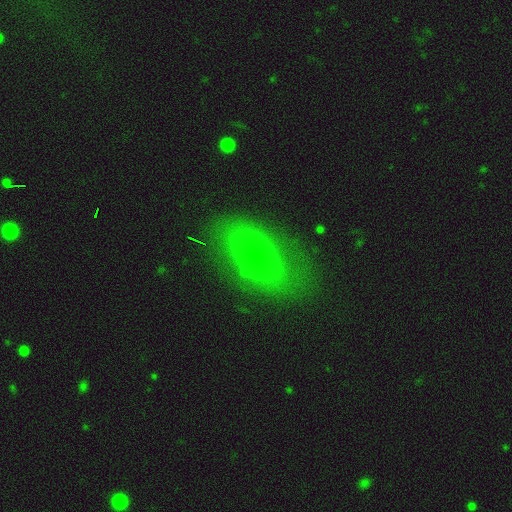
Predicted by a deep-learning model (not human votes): smooth-or-featured: smooth: 59% | featured or disk: 26% | star or artifact: 15%
  how-rounded: in between: 78% | round: 17% | cigar-shaped: 5%
  merging: none: 73% | minor disturbance: 17% | major disturbance: 8% | merger: 2%